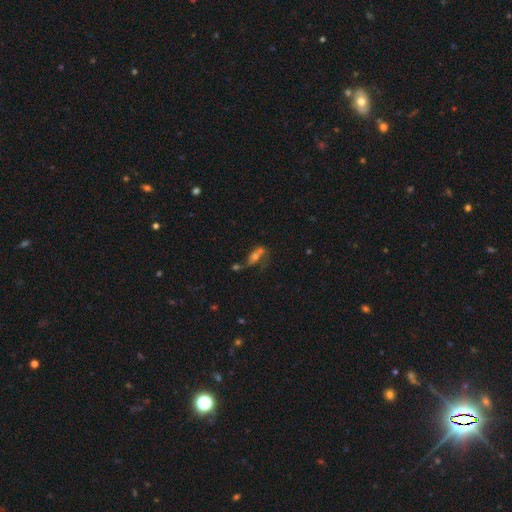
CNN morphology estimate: Overall: smooth (42%, tied with featured or disk). Merging: merger (34%; none 30%).